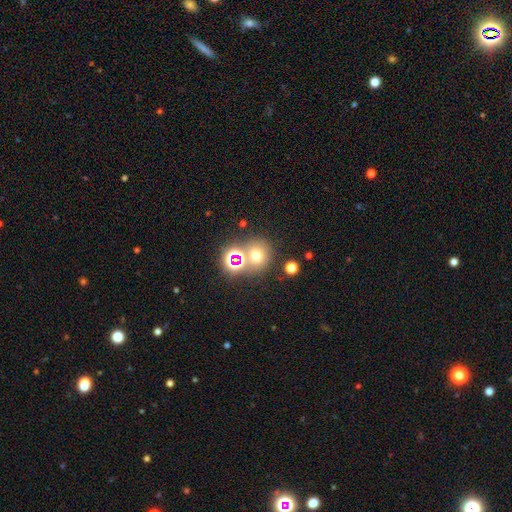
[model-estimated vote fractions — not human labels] smooth 61%, star or artifact 28%, featured or disk 11%. Down the decision tree: how rounded — round (85%); merging — none (64%).